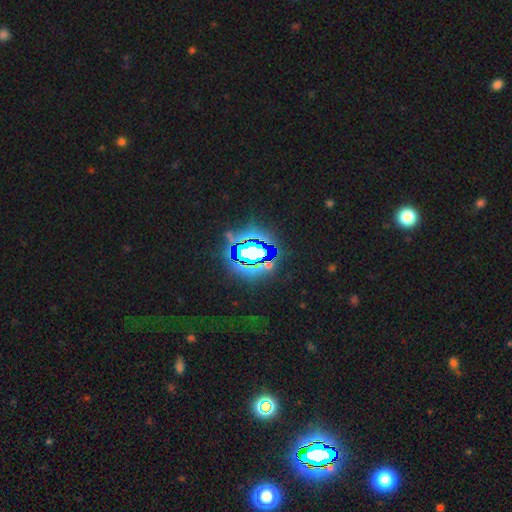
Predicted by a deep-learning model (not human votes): Smooth or featured?
  - star or artifact: 76% *
  - smooth: 12%
  - featured or disk: 12%